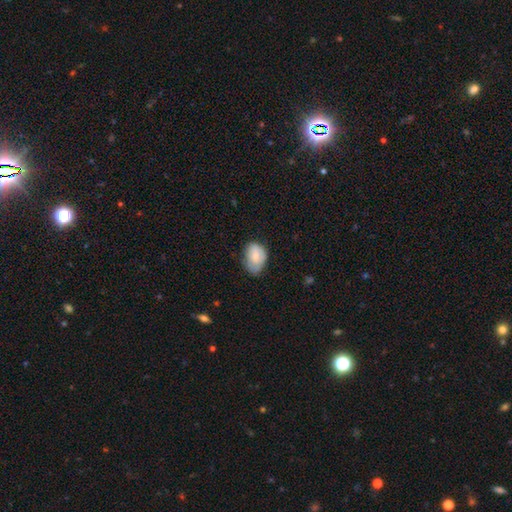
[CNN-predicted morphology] A smooth galaxy with no disk features (75%) that is in between round and cigar-shaped (79%). Merging: none (49%).